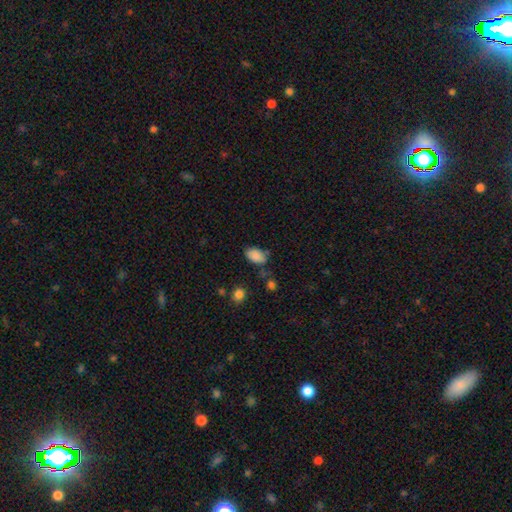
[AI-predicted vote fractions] Smooth or featured? smooth (86%)
How rounded? in between (91%)
Merging? none (66%)